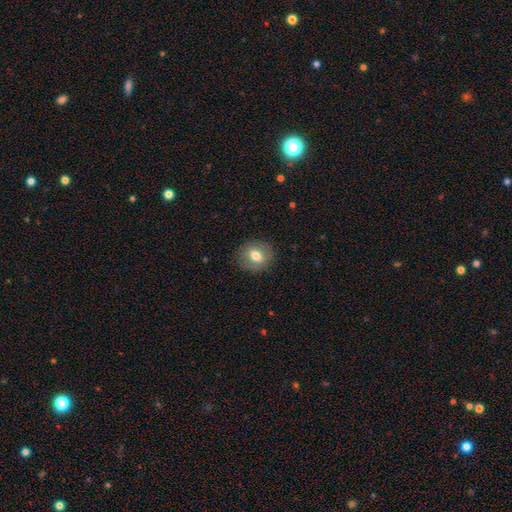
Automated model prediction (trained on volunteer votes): A smooth galaxy with no disk features (72%) that is round (65%).

Vote fractions:
- Smooth or featured? smooth: 72% / featured or disk: 19% / star or artifact: 9%
- How rounded? round: 65% / in between: 34% / cigar-shaped: 1%
- Merging? none: 87% / minor disturbance: 9% / major disturbance: 3% / merger: 1%